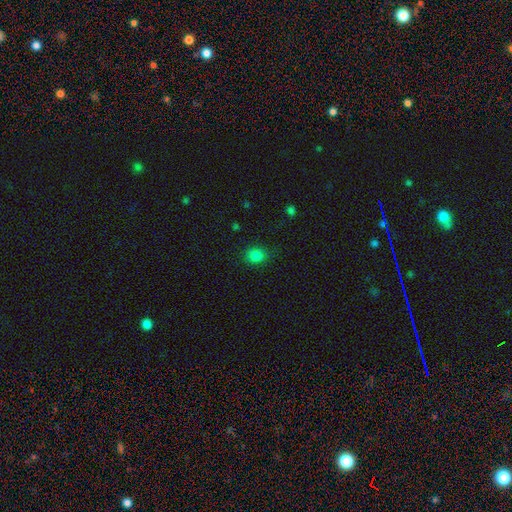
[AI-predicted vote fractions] Smooth or featured? smooth (83%)
How rounded? round (68%)
Merging? none (83%)